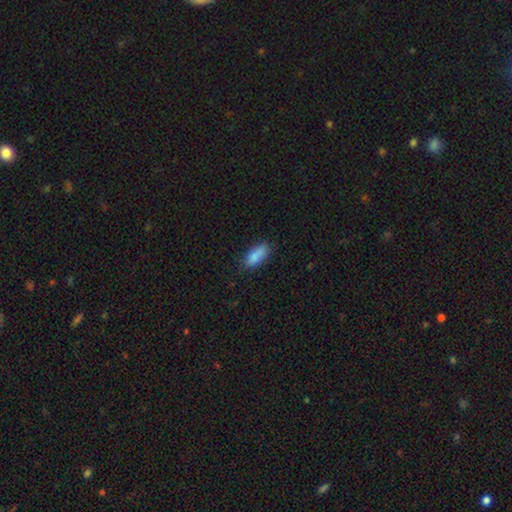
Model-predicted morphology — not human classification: Smooth or featured?
  - smooth: 87% *
  - star or artifact: 7%
  - featured or disk: 7%
How rounded?
  - in between: 76% *
  - cigar-shaped: 22%
  - round: 2%
Merging?
  - none: 76% *
  - minor disturbance: 19%
  - major disturbance: 4%
  - merger: 2%